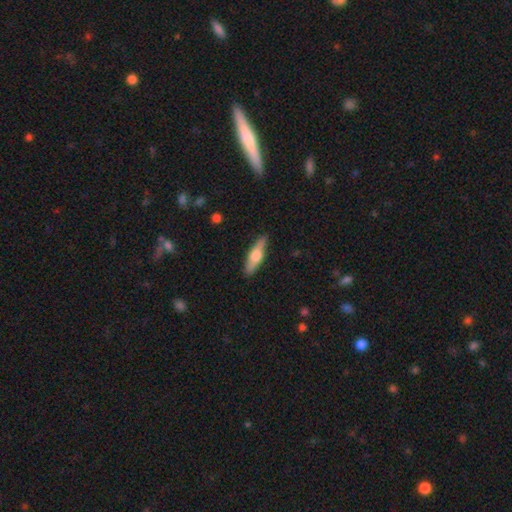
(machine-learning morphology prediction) smooth-or-featured: smooth: 49% | featured or disk: 46% | star or artifact: 6%
  merging: none: 88% | minor disturbance: 9% | major disturbance: 2% | merger: 1%